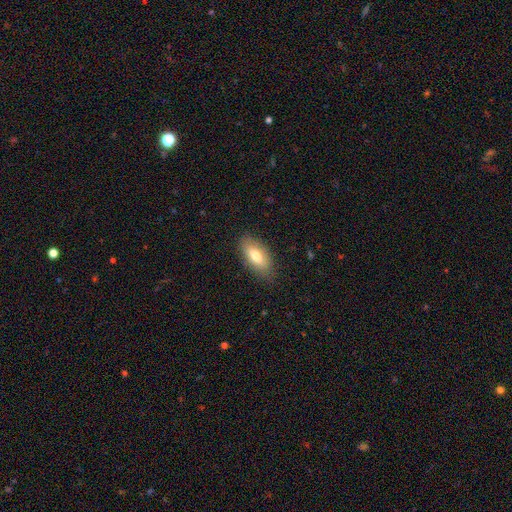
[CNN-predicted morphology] Q: Smooth or featured?
A: smooth (74%); runner-up: featured or disk (19%)
Q: How rounded?
A: in between (87%); runner-up: cigar-shaped (10%)
Q: Merging?
A: none (84%); runner-up: minor disturbance (12%)